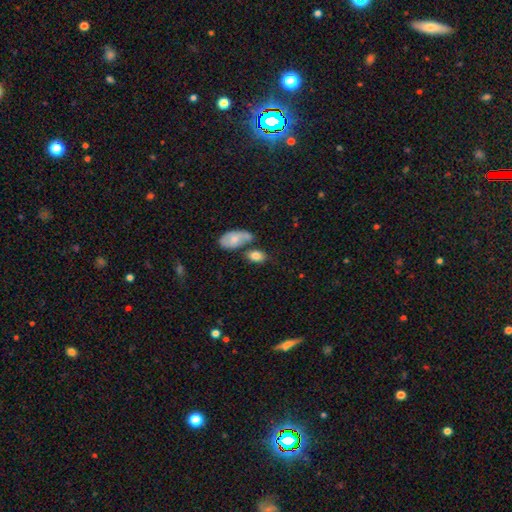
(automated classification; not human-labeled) Q: Smooth or featured?
A: smooth (80%); runner-up: featured or disk (12%)
Q: How rounded?
A: in between (86%); runner-up: round (11%)
Q: Merging?
A: none (50%); runner-up: merger (27%)